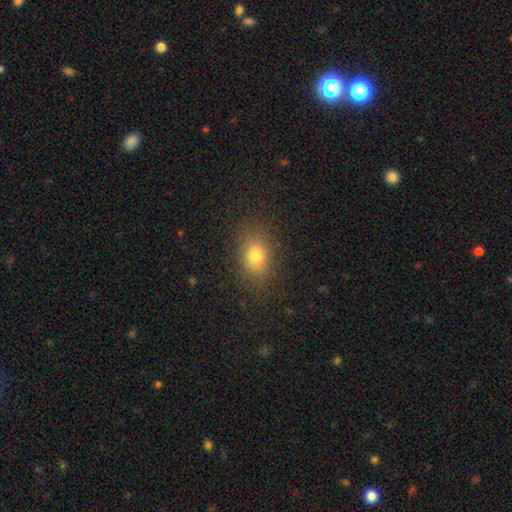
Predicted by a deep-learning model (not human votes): The model was most divided on "how rounded": in between: 65%, round: 33%, cigar-shaped: 2%. More confident: merging — none (79%); smooth or featured — smooth (76%).